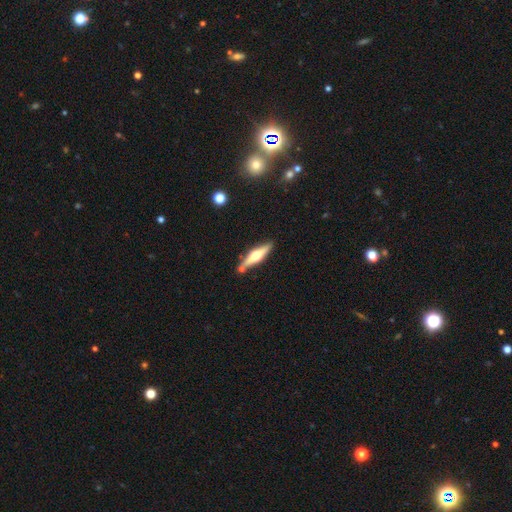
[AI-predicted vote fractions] Smooth or featured? Predicted: featured or disk (p=0.58). Edge-on disk? Predicted: yes (p=0.94). Edge-on bulge? Predicted: rounded (p=0.93). Merging? Predicted: none (p=0.79).